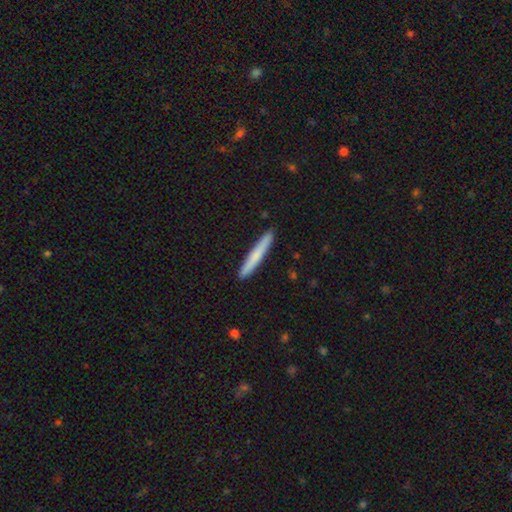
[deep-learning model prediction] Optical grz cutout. It shows a smooth galaxy with no disk features (69%) that is cigar-shaped (96%). Merging: none (91%).